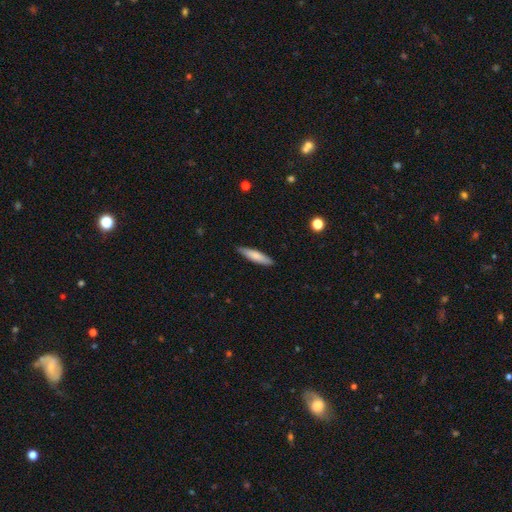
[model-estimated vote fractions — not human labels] A smooth galaxy with no disk features (76%) that is cigar-shaped (80%).

Vote fractions:
- Smooth or featured? smooth: 76% / featured or disk: 18% / star or artifact: 6%
- How rounded? cigar-shaped: 80% / in between: 19% / round: 1%
- Merging? none: 88% / minor disturbance: 9% / major disturbance: 2% / merger: 1%